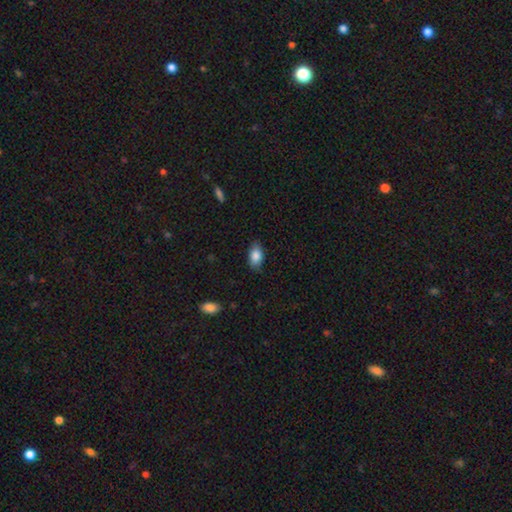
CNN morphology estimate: This is clearly a smooth galaxy (85%). How rounded: clearly in between (89%). Merging: clearly none (81%).